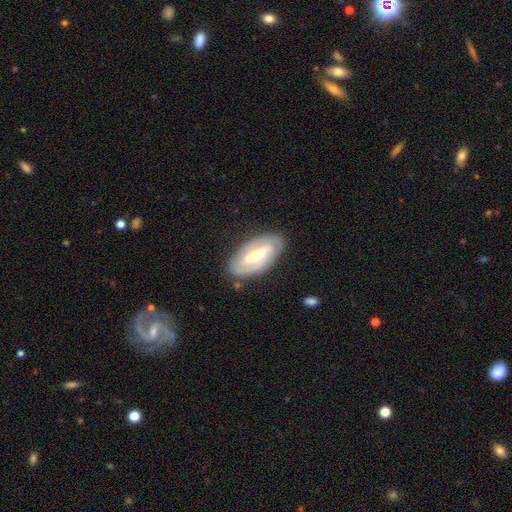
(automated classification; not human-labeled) Overall: featured or disk (75%). Edge-on disk: no (91%). Bar: strong (54%; weak 33%). Spiral arms: yes (79%). Spiral arm count: 2 (74%). Spiral winding: tight (57%; medium 32%). Bulge size: moderate (58%; small 34%). Merging: none (83%).